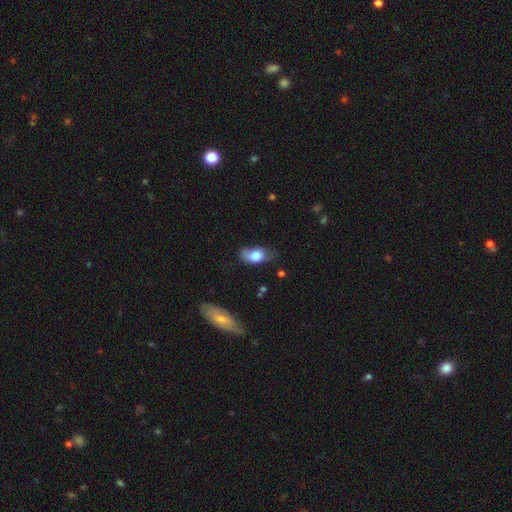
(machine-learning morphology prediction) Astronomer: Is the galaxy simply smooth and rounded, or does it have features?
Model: smooth — 74%.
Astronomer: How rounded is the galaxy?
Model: in between — 87%.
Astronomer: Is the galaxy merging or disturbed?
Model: none — 45% (runner-up: minor disturbance, 37%).